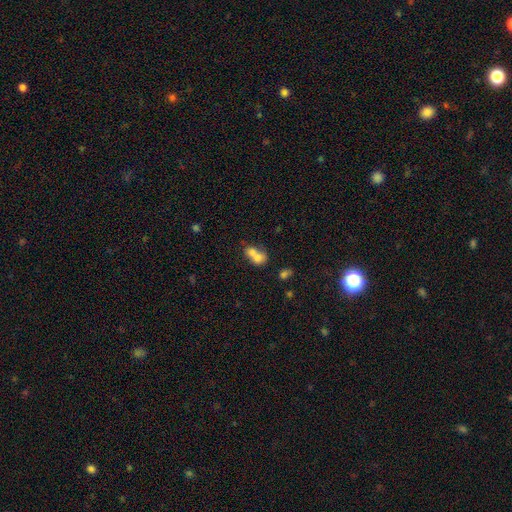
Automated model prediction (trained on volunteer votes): Smooth or featured: smooth — 69% (featured or disk — 22%)
How rounded: in between — 52% (round — 47%)
Merging: merger — 73% (none — 17%)